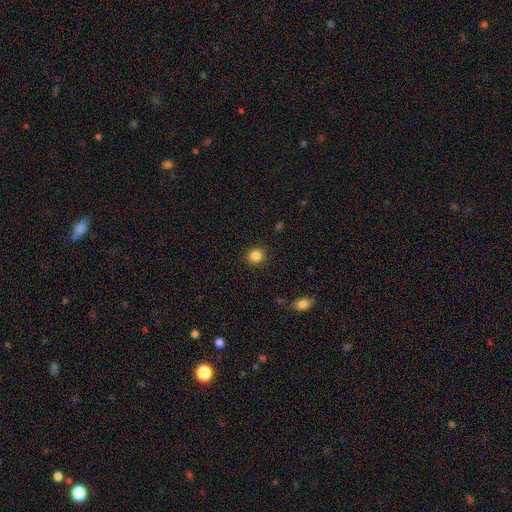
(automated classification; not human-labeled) smooth-or-featured: smooth: 85% | star or artifact: 11% | featured or disk: 4%
  how-rounded: round: 87% | in between: 13% | cigar-shaped: 1%
  merging: none: 90% | minor disturbance: 7% | major disturbance: 2% | merger: 1%